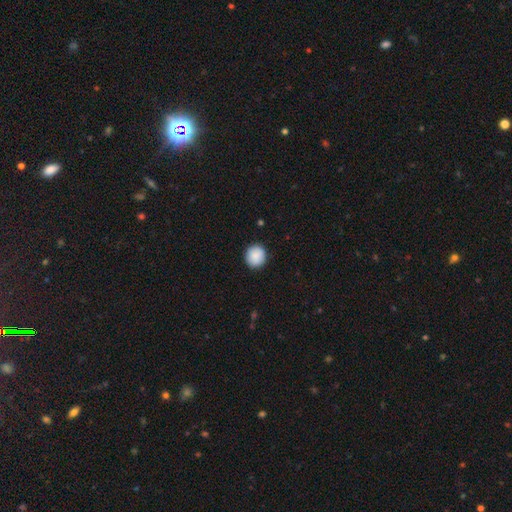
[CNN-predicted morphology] Smooth or featured: smooth — 89% (star or artifact — 7%)
How rounded: round — 89% (in between — 10%)
Merging: none — 90% (minor disturbance — 8%)